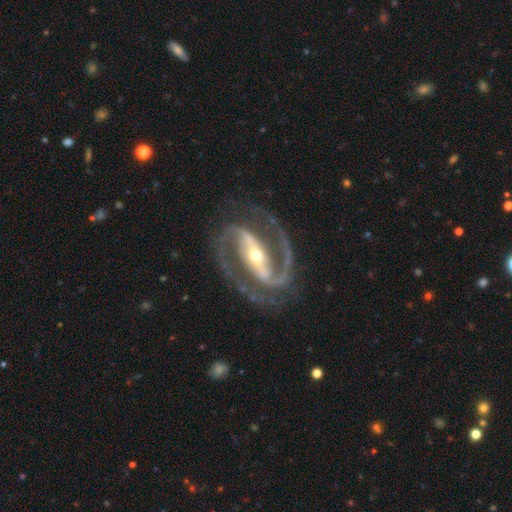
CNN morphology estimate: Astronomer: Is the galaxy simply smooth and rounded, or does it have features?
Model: featured or disk — 94%.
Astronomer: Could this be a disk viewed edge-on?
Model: no — 97%.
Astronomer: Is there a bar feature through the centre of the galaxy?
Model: strong — 73%.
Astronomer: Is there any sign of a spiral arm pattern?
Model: yes — 99%.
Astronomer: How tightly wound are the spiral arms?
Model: medium — 61%.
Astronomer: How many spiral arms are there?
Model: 2 — 94%.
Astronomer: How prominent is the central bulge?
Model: moderate — 49% (runner-up: small, 46%).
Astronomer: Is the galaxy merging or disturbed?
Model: none — 83%.